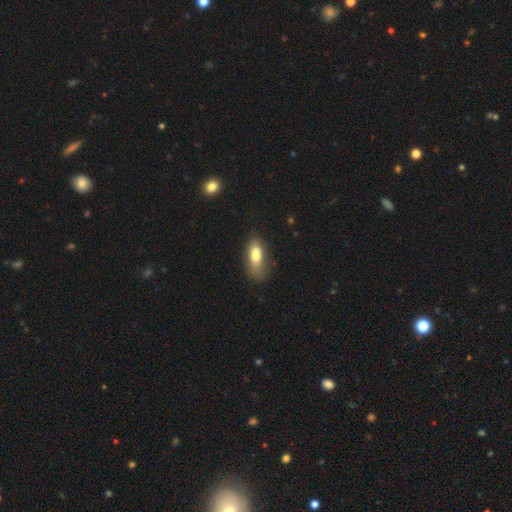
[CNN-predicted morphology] smooth_or_featured: smooth (p=0.71) [alt: featured or disk p=0.20]
how_rounded: in between (p=0.81) [alt: cigar-shaped p=0.15]
merging: none (p=0.48) [alt: minor disturbance p=0.28]